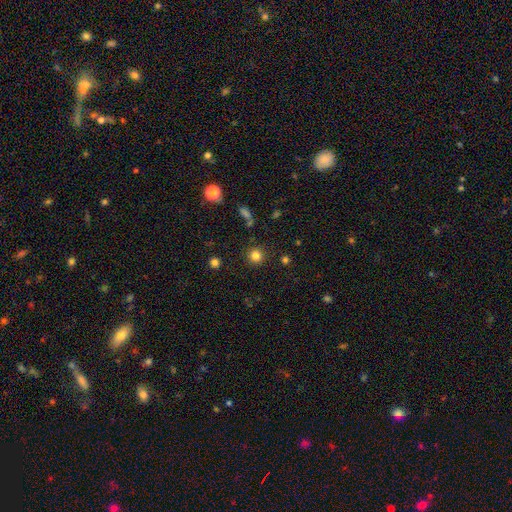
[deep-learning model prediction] The model was most divided on "smooth or featured": smooth: 81%, star or artifact: 13%, featured or disk: 5%. More confident: how rounded — round (94%); merging — none (89%).